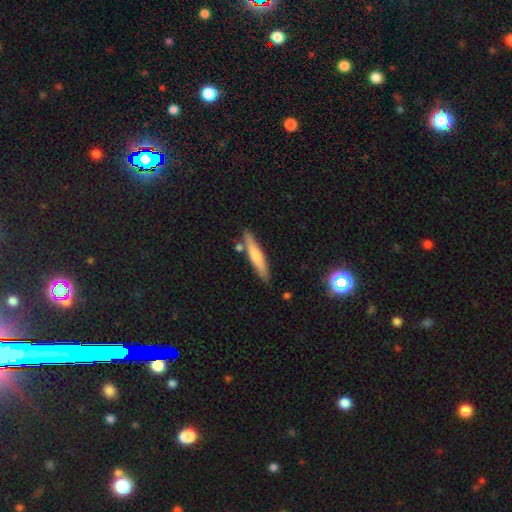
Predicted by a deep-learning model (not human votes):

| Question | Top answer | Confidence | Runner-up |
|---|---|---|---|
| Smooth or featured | smooth | 64% | featured or disk (31%) |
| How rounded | cigar-shaped | 88% | in between (11%) |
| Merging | none | 80% | minor disturbance (11%) |